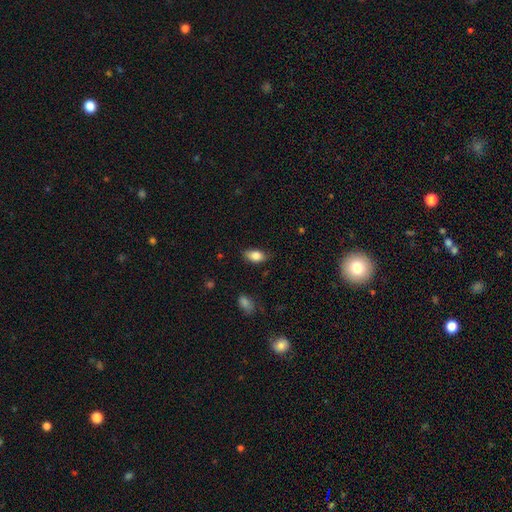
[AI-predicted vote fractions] A smooth galaxy with no disk features (83%) that is in between round and cigar-shaped (90%). Merging: none (78%).